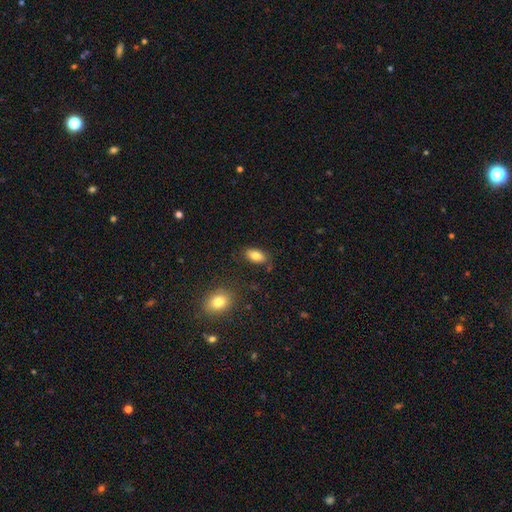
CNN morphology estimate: smooth_or_featured: smooth (p=0.82) [alt: featured or disk p=0.09]
how_rounded: in between (p=0.90) [alt: cigar-shaped p=0.06]
merging: none (p=0.79) [alt: minor disturbance p=0.14]